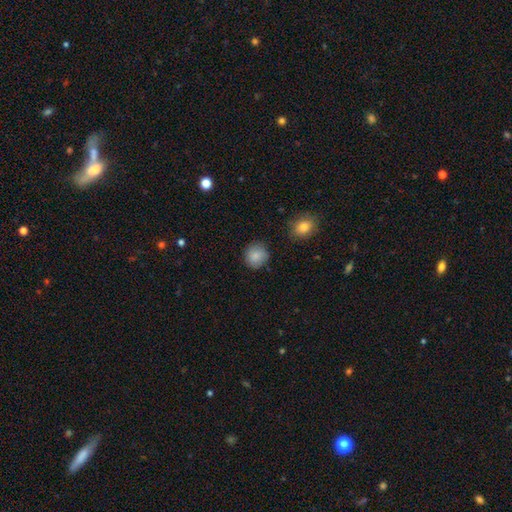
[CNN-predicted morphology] A smooth galaxy with no disk features (86%) that is round (89%).

Vote fractions:
- Smooth or featured? smooth: 86% / star or artifact: 8% / featured or disk: 6%
- How rounded? round: 89% / in between: 10% / cigar-shaped: 1%
- Merging? none: 85% / minor disturbance: 11% / major disturbance: 3% / merger: 2%